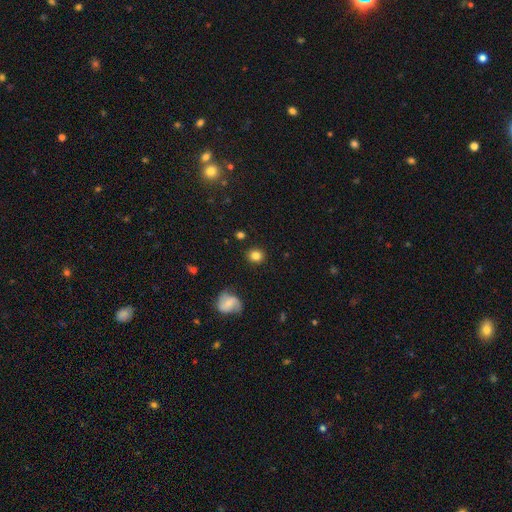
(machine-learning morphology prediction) smooth-or-featured: smooth: 82% | star or artifact: 9% | featured or disk: 9%
  how-rounded: round: 86% | in between: 13% | cigar-shaped: 1%
  merging: none: 88% | minor disturbance: 8% | major disturbance: 3% | merger: 2%